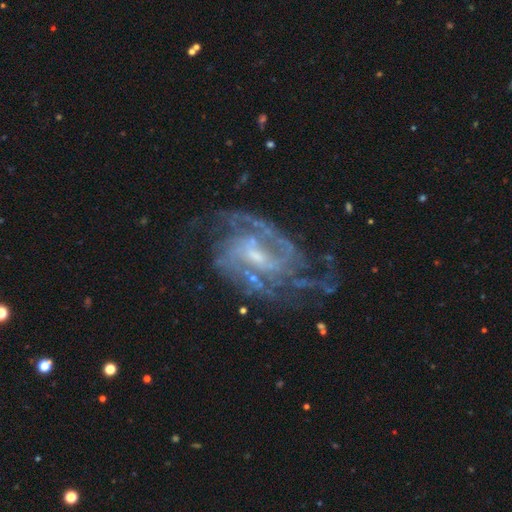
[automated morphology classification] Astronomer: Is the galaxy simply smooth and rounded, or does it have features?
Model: featured or disk — 90%.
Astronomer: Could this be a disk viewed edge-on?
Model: no — 97%.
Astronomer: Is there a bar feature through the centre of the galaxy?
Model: weak — 53% (runner-up: no, 30%).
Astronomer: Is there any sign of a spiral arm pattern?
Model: yes — 96%.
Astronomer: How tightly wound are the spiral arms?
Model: medium — 47% (runner-up: tight, 40%).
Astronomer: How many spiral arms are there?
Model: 2 — 39% (runner-up: can't tell, 22%).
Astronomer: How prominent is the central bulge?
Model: small — 56% (runner-up: moderate, 32%).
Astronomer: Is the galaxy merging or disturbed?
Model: none — 64%.